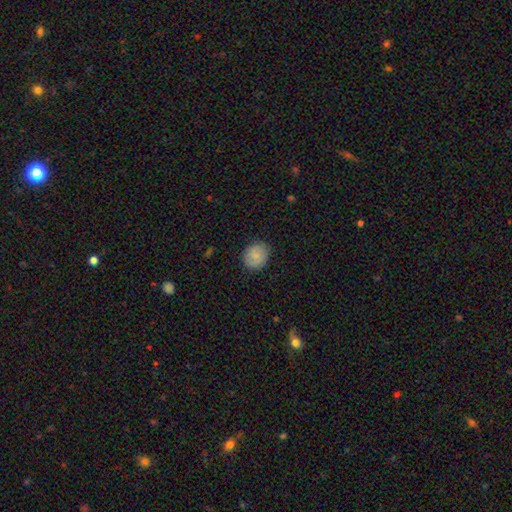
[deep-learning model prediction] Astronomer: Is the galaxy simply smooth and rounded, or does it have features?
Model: smooth — 79%.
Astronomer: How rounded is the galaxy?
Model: round — 73%.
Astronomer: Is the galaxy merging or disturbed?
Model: none — 86%.